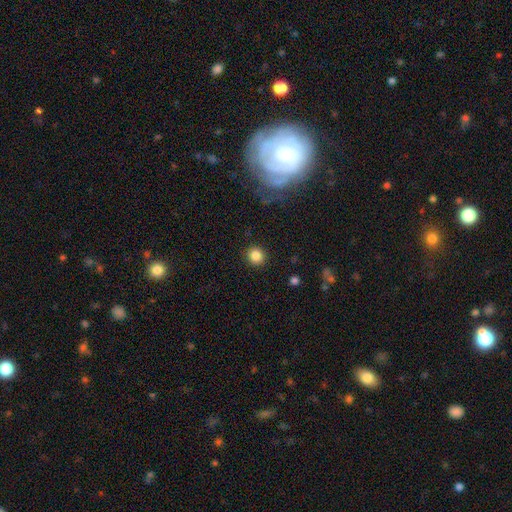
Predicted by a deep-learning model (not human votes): Smooth or featured?
  - smooth: 85% *
  - star or artifact: 10%
  - featured or disk: 5%
How rounded?
  - round: 91% *
  - in between: 8%
  - cigar-shaped: 1%
Merging?
  - none: 91% *
  - minor disturbance: 6%
  - major disturbance: 2%
  - merger: 1%